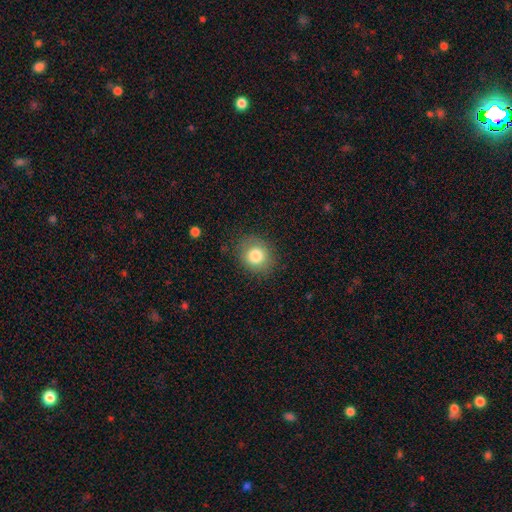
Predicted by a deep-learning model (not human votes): Smooth or featured: smooth — 81% (star or artifact — 10%)
How rounded: round — 71% (in between — 28%)
Merging: none — 84% (minor disturbance — 11%)